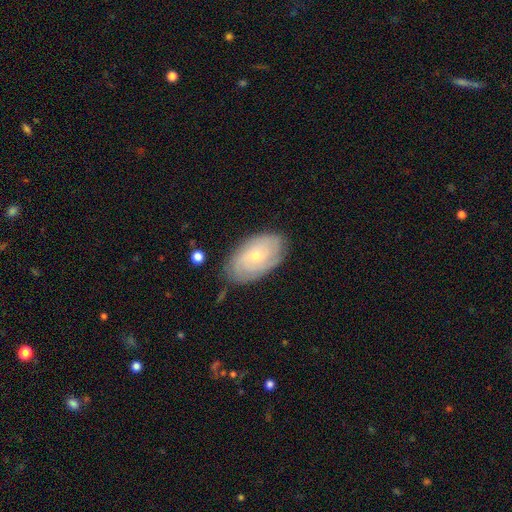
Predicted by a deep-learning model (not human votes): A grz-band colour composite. It shows a featured or disk galaxy (61%) with no bar (77%), spiral arms (82%) and a small central bulge (66%). Merging: none (78%).